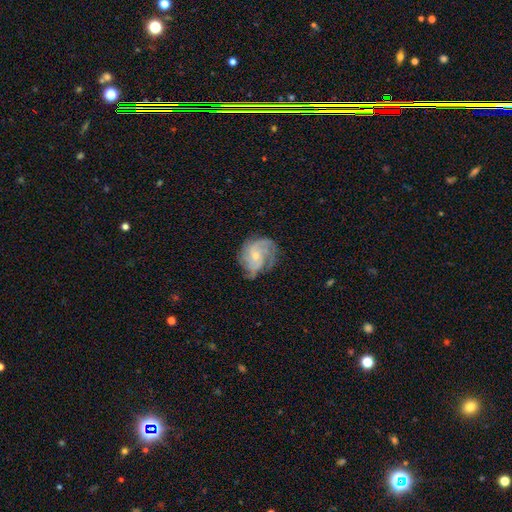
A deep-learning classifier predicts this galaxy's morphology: Smooth or featured: featured or disk — 82% (smooth — 11%)
Edge-on disk: no — 98% (yes — 2%)
Bar: no — 72% (weak — 25%)
Spiral arms: yes — 96% (no — 4%)
Spiral winding: tight — 45% (medium — 41%)
Spiral arm count: 3 — 40% (can't tell — 19%)
Bulge size: small — 68% (moderate — 28%)
Merging: none — 64% (minor disturbance — 22%)